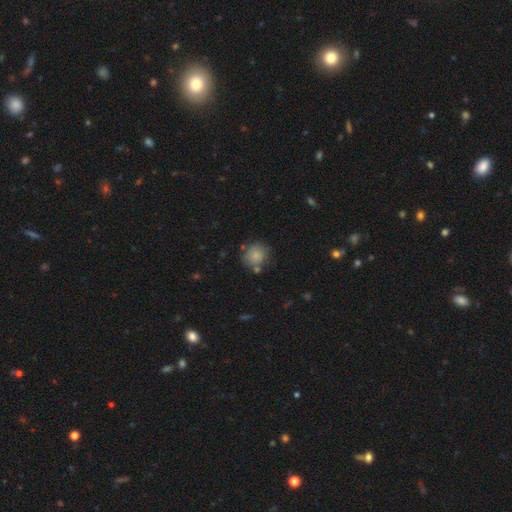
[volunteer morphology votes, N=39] smooth-or-featured: smooth: 82% | featured or disk: 10% | star or artifact: 8%
  how-rounded: round: 75% | in between: 22% | cigar-shaped: 3%
  merging: none: 61% | minor disturbance: 22% | major disturbance: 8% | merger: 8%